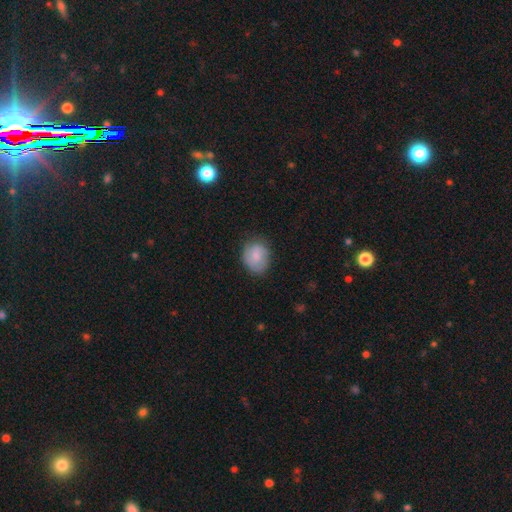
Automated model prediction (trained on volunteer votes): smooth 70%, featured or disk 23%, star or artifact 7%. Down the decision tree: how rounded — round (55%); merging — none (71%).